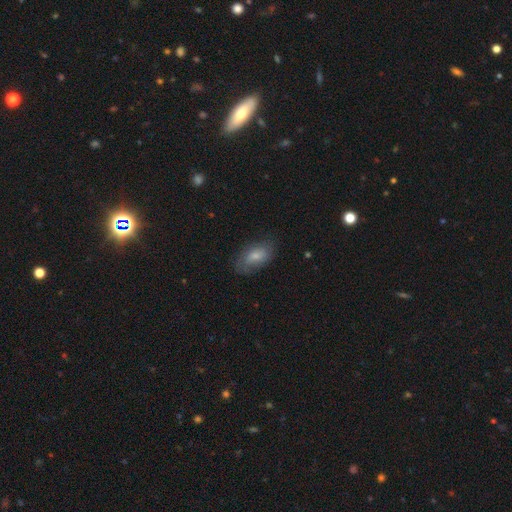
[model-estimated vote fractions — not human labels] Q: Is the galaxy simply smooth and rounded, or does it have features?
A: smooth — 68%.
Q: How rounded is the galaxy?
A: in between — 91%.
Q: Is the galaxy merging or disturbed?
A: none — 70%.